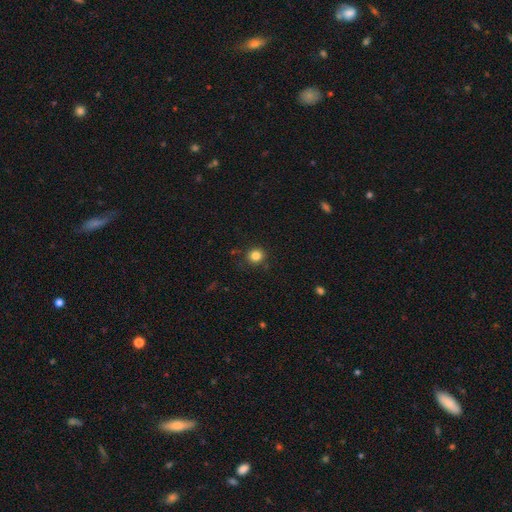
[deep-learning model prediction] The model was most divided on "smooth or featured": smooth: 83%, star or artifact: 12%, featured or disk: 5%. More confident: how rounded — round (88%); merging — none (85%).